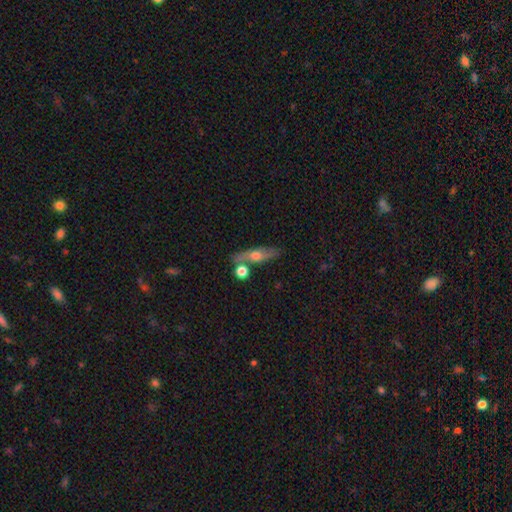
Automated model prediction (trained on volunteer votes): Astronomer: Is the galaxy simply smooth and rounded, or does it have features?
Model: featured or disk — 54% (runner-up: smooth, 37%).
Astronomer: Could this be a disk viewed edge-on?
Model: yes — 79%.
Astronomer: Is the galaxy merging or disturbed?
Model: none — 74%.